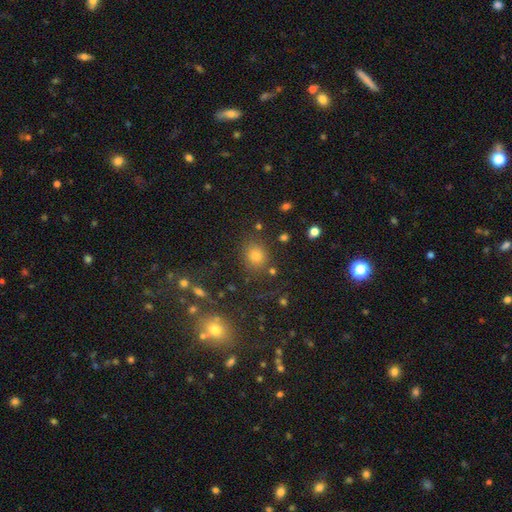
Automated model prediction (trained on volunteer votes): Smooth or featured: smooth — 70% (star or artifact — 22%)
How rounded: round — 78% (in between — 21%)
Merging: none — 83% (minor disturbance — 9%)